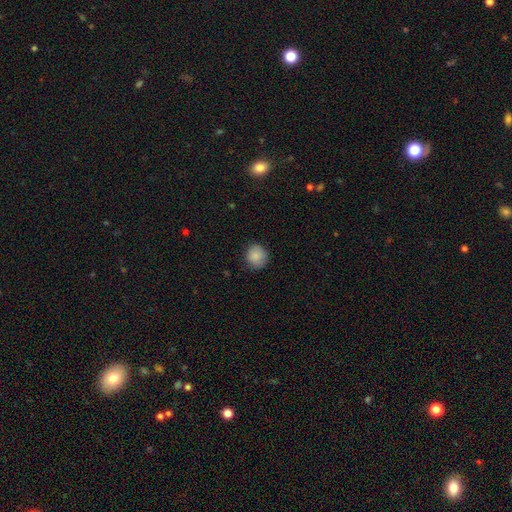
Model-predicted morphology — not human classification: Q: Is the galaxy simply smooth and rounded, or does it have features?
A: smooth — 86%.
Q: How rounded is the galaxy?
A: round — 91%.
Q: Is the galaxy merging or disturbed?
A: none — 83%.